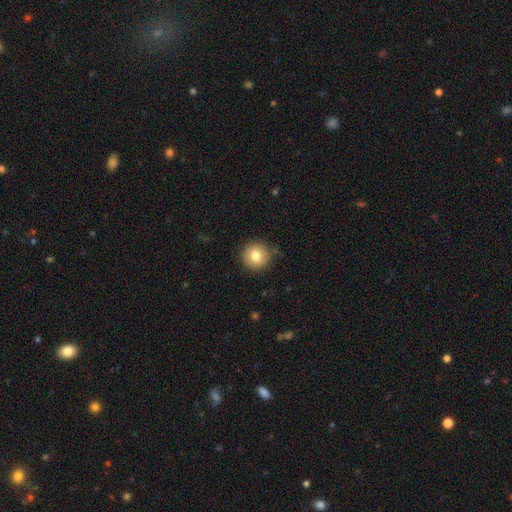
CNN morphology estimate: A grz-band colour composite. It shows a smooth galaxy with no disk features (80%) that is round (95%). Merging: none (88%).